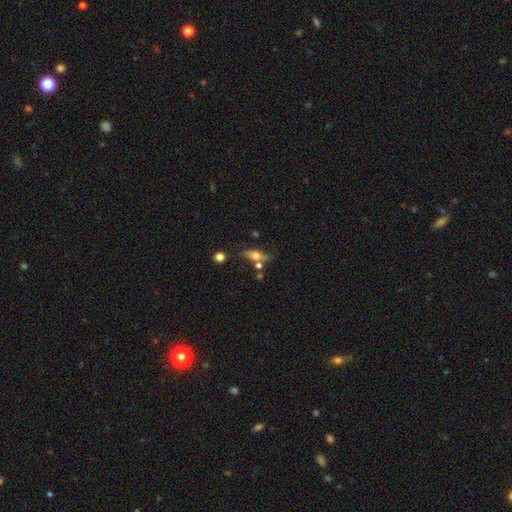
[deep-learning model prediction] Smooth or featured?
  - smooth: 55% *
  - featured or disk: 35%
  - star or artifact: 10%
How rounded?
  - in between: 59% *
  - cigar-shaped: 33%
  - round: 7%
Merging?
  - none: 58% *
  - minor disturbance: 19%
  - merger: 15%
  - major disturbance: 8%